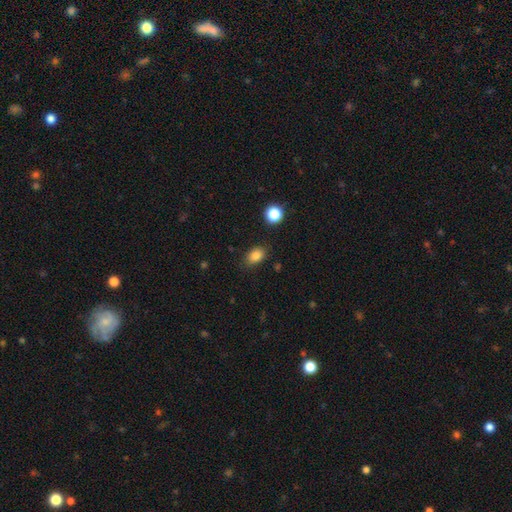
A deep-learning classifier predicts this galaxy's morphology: type=smooth (84%); roundness=in between (78%); merging=none (82%).